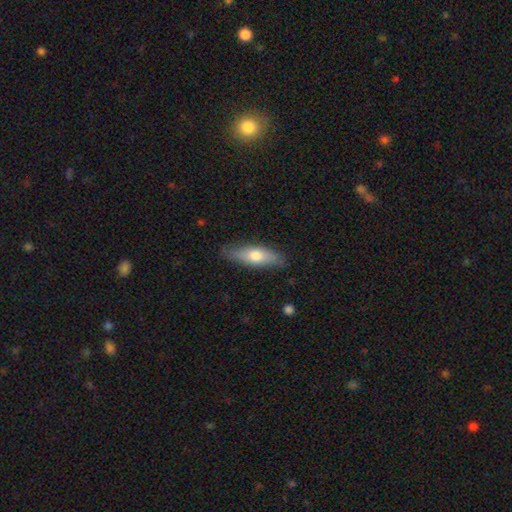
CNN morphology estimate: Smooth or featured? smooth (64%)
How rounded? in between (54%)
Merging? none (81%)